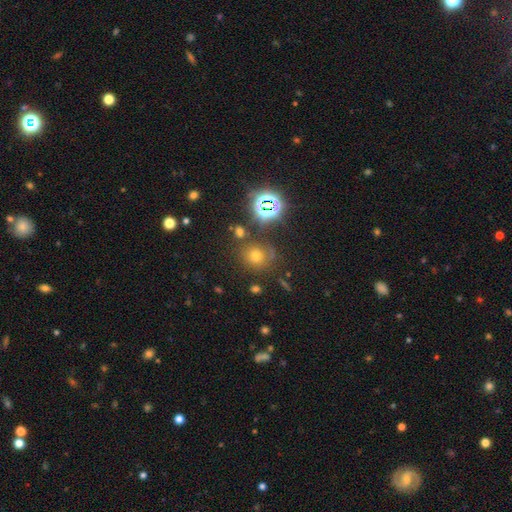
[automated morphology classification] smooth-or-featured: smooth: 53% | star or artifact: 35% | featured or disk: 12%
  how-rounded: round: 83% | in between: 16% | cigar-shaped: 1%
  merging: none: 72% | minor disturbance: 14% | merger: 8% | major disturbance: 7%